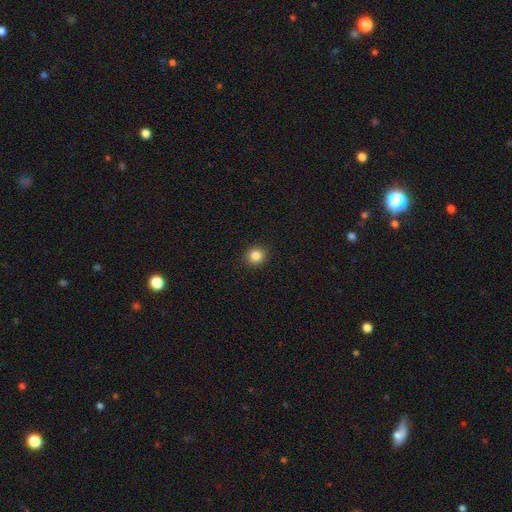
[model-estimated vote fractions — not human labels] smooth 84%, star or artifact 11%, featured or disk 5%. Down the decision tree: how rounded — round (89%); merging — none (92%).